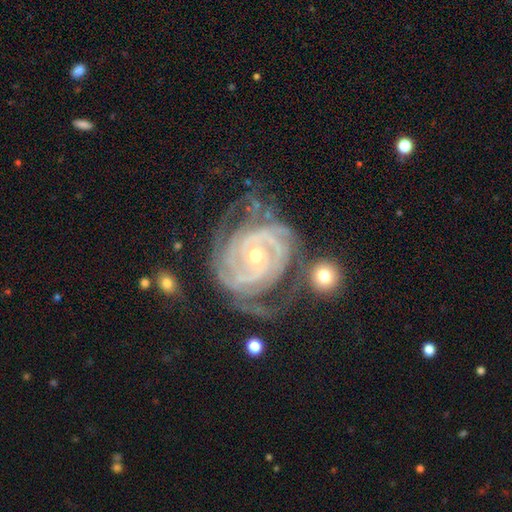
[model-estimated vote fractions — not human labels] featured or disk 92%, star or artifact 5%, smooth 3%. Down the decision tree: edge-on disk — no (97%); bar — no (64%); spiral arms — yes (98%); spiral arm count — 2 (29%); spiral winding — tight (77%); bulge size — small (56%); merging — none (56%).